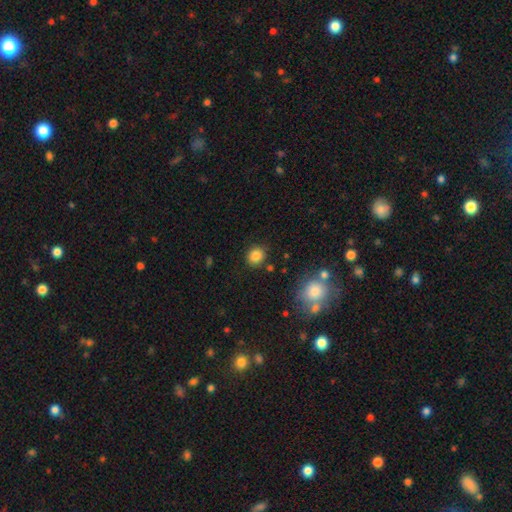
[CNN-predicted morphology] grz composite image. It shows a smooth galaxy with no disk features (84%) that is round (78%). Merging: none (85%).